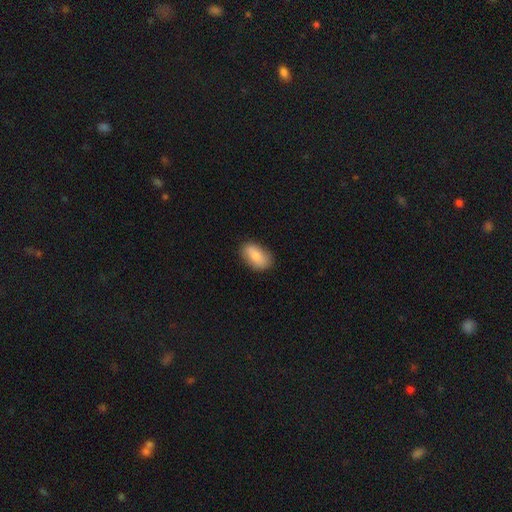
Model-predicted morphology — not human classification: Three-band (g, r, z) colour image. It shows a smooth galaxy with no disk features (80%) that is in between round and cigar-shaped (90%). Merging: none (83%).